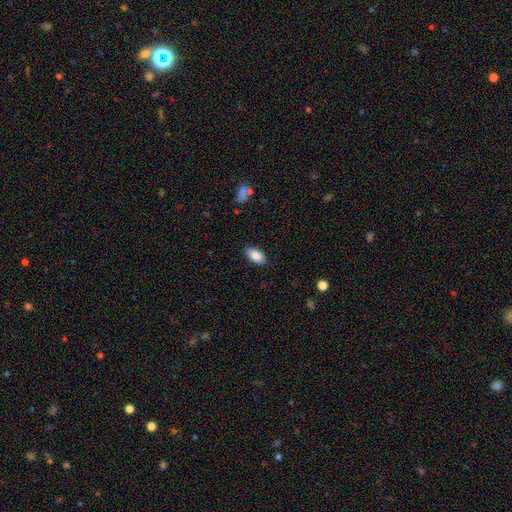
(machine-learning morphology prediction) Smooth or featured: smooth — 87% (star or artifact — 7%)
How rounded: in between — 93% (round — 4%)
Merging: none — 87% (minor disturbance — 10%)